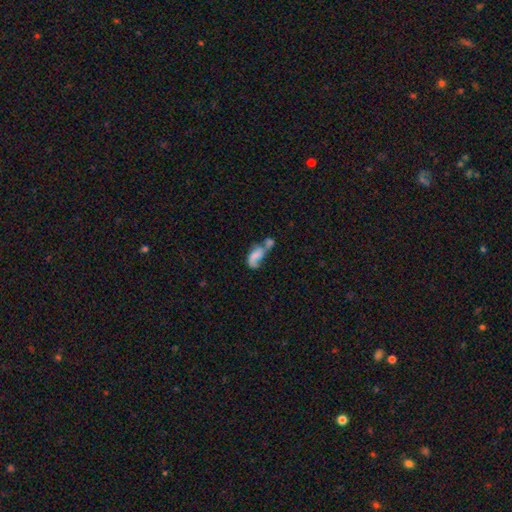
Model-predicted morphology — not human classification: Smooth or featured? smooth (50%)
Merging? merger (60%)